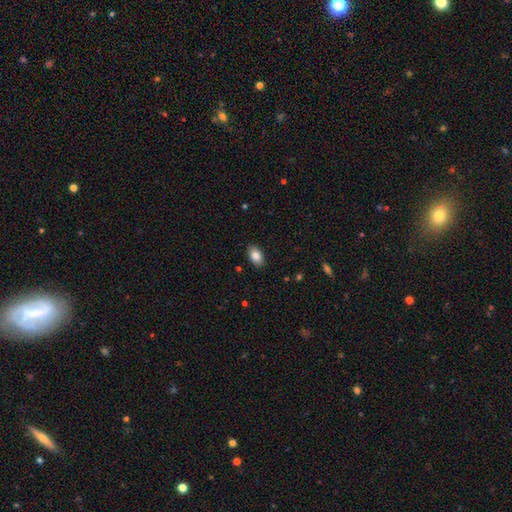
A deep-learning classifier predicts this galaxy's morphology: Smooth or featured: smooth — 83% (featured or disk — 9%)
How rounded: in between — 91% (round — 7%)
Merging: none — 89% (minor disturbance — 9%)